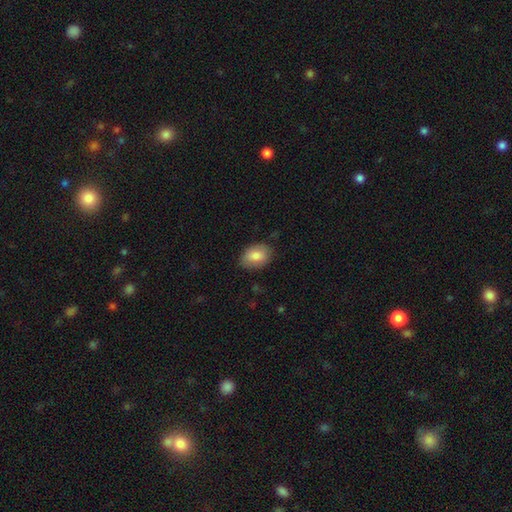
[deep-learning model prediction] smooth-or-featured: smooth: 82% | featured or disk: 11% | star or artifact: 7%
  how-rounded: in between: 81% | round: 18% | cigar-shaped: 1%
  merging: none: 81% | minor disturbance: 15% | major disturbance: 3% | merger: 1%